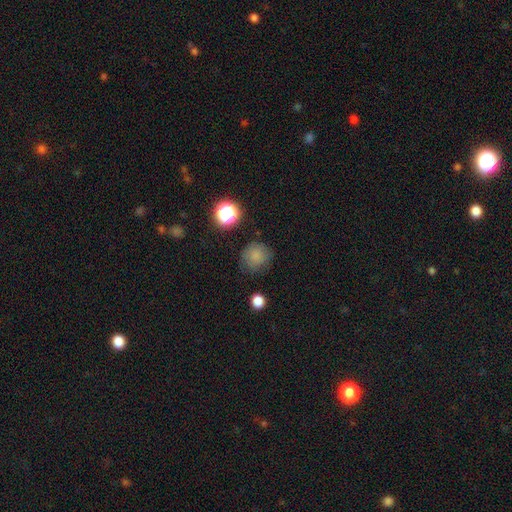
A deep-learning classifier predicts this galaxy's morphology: A smooth galaxy with no disk features (79%) that is round (89%).

Vote fractions:
- Smooth or featured? smooth: 79% / star or artifact: 14% / featured or disk: 7%
- How rounded? round: 89% / in between: 10% / cigar-shaped: 1%
- Merging? none: 76% / minor disturbance: 16% / major disturbance: 6% / merger: 2%